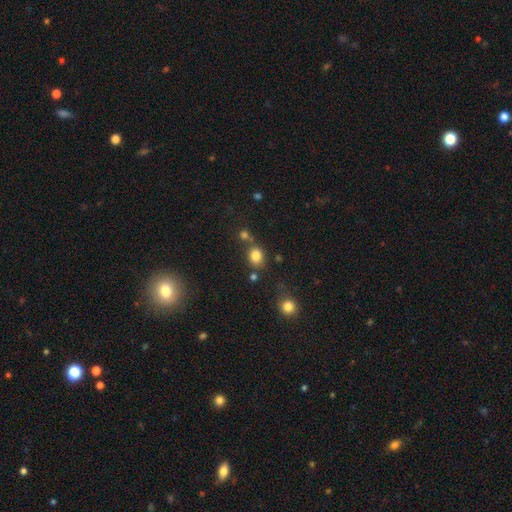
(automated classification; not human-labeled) A smooth galaxy with no disk features (81%) that is round (66%). Merging: none (68%).